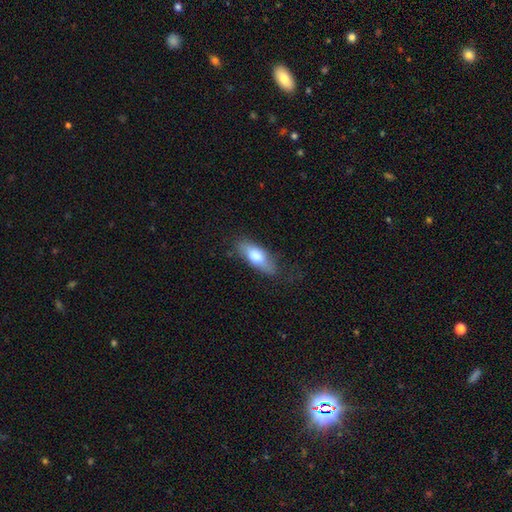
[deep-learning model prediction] Smooth or featured: smooth — 73% (featured or disk — 21%)
How rounded: in between — 71% (cigar-shaped — 27%)
Merging: none — 70% (minor disturbance — 22%)